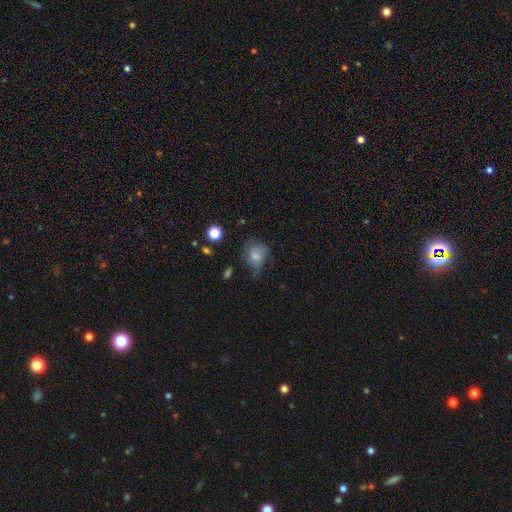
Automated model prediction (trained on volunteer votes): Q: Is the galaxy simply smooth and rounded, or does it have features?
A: smooth — 66%.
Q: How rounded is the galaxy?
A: in between — 50%.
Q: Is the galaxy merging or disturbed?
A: none — 40%.